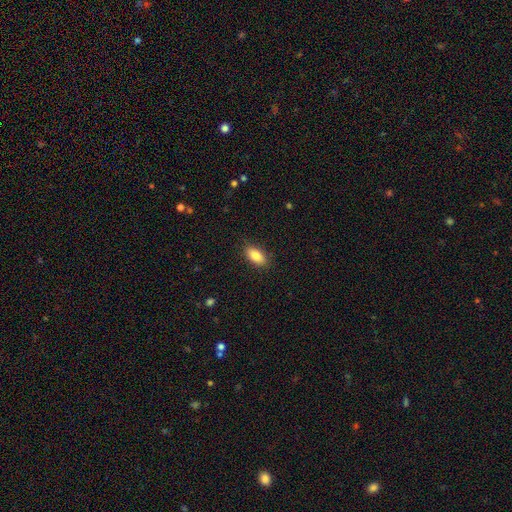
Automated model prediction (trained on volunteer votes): smooth_or_featured: smooth (p=0.84) [alt: featured or disk p=0.09]
how_rounded: in between (p=0.90) [alt: cigar-shaped p=0.05]
merging: none (p=0.87) [alt: minor disturbance p=0.10]